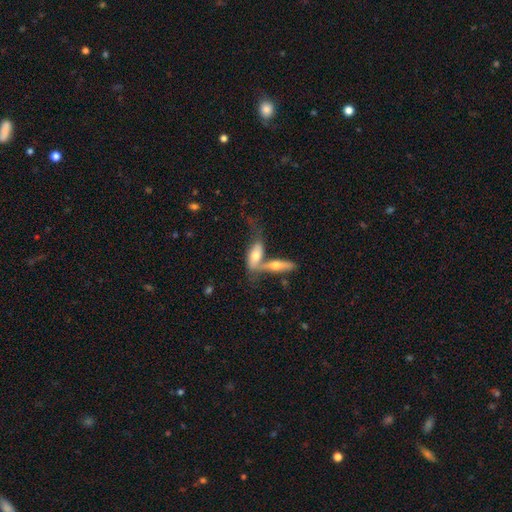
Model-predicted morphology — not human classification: A smooth galaxy with no disk features (54%) that is in between round and cigar-shaped (66%).

Vote fractions:
- Smooth or featured? smooth: 54% / featured or disk: 39% / star or artifact: 6%
- How rounded? in between: 66% / cigar-shaped: 32% / round: 3%
- Merging? merger: 64% / none: 21% / minor disturbance: 9% / major disturbance: 6%